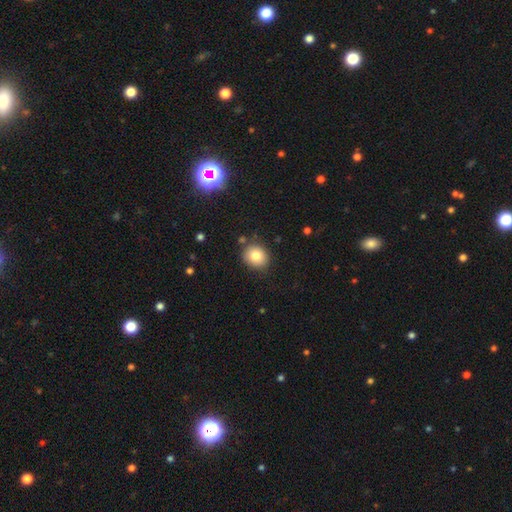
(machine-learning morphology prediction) A smooth galaxy with no disk features (80%) that is round (79%).

Vote fractions:
- Smooth or featured? smooth: 80% / star or artifact: 11% / featured or disk: 10%
- How rounded? round: 79% / in between: 20% / cigar-shaped: 1%
- Merging? none: 84% / minor disturbance: 10% / merger: 3% / major disturbance: 3%